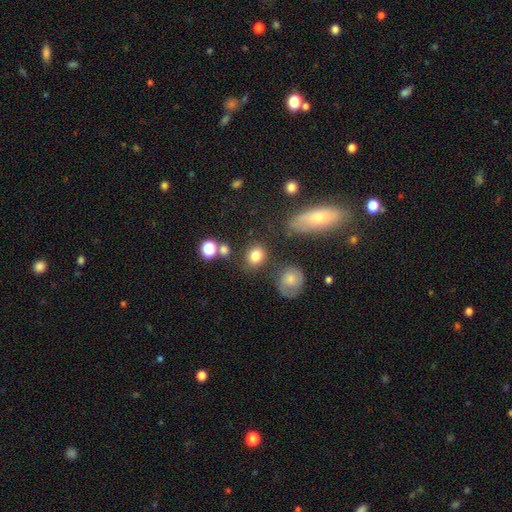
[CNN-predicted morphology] type=smooth (80%); roundness=round (64%); merging=none (73%).